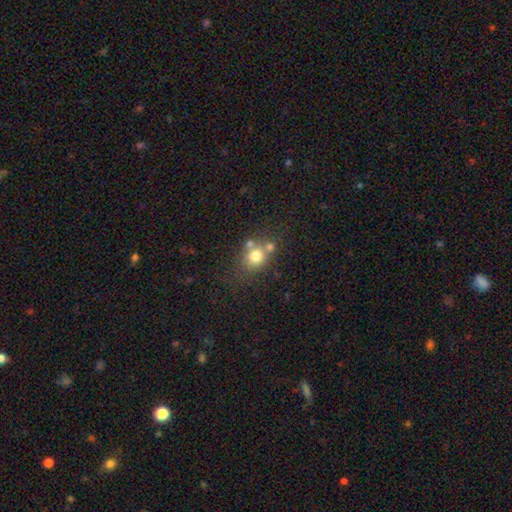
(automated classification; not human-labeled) Overall: smooth (73%). How rounded: round (72%). Merging: none (51%; merger 33%).